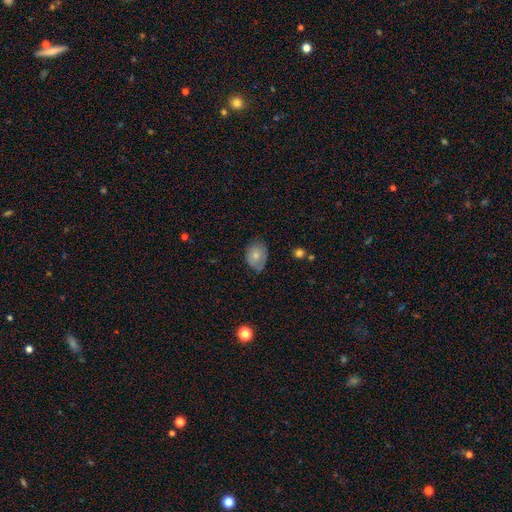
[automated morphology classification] A smooth galaxy with no disk features (65%) that is in between round and cigar-shaped (70%).

Vote fractions:
- Smooth or featured? smooth: 65% / featured or disk: 27% / star or artifact: 8%
- How rounded? in between: 70% / round: 29% / cigar-shaped: 1%
- Merging? none: 64% / minor disturbance: 28% / major disturbance: 6% / merger: 1%